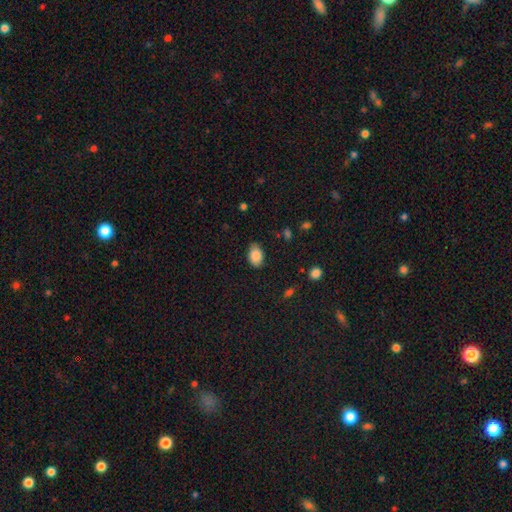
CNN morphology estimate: type=smooth (88%); roundness=in between (84%); merging=none (75%).